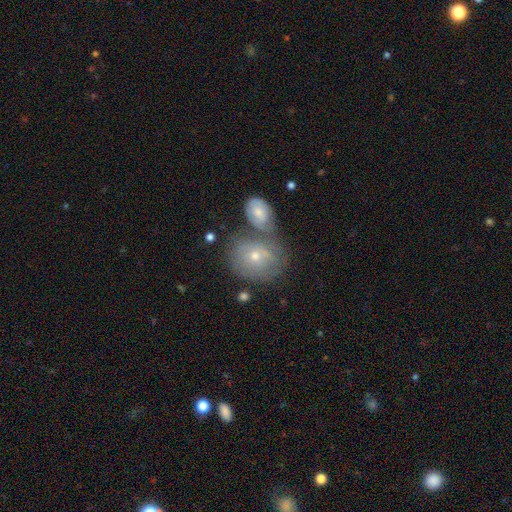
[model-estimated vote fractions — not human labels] Smooth or featured? smooth (55%)
How rounded? round (64%)
Merging? none (42%)